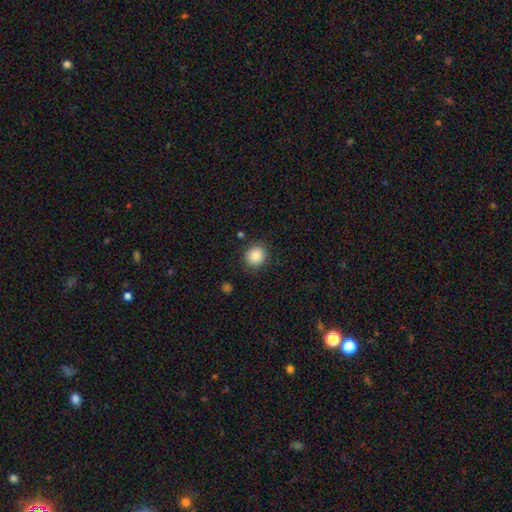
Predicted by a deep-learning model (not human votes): Smooth or featured? Predicted: smooth (p=0.87). How rounded? Predicted: round (p=0.82). Merging? Predicted: none (p=0.87).